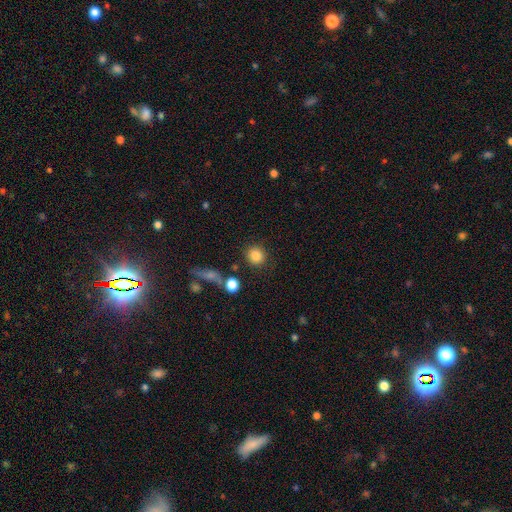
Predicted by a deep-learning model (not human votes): Smooth or featured?
  - smooth: 84% *
  - star or artifact: 10%
  - featured or disk: 6%
How rounded?
  - round: 90% *
  - in between: 9%
  - cigar-shaped: 1%
Merging?
  - none: 84% *
  - minor disturbance: 8%
  - merger: 5%
  - major disturbance: 3%